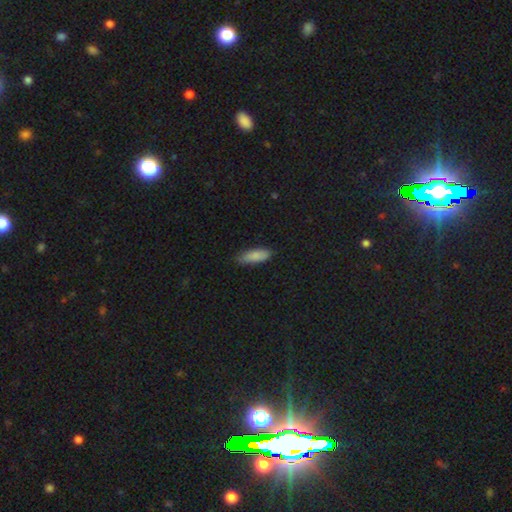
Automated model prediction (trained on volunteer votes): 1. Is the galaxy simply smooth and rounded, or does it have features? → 86% smooth, 8% featured or disk, 6% star or artifact.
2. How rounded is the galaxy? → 68% in between, 30% cigar-shaped, 2% round.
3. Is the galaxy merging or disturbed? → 77% none, 19% minor disturbance, 3% major disturbance, 1% merger.